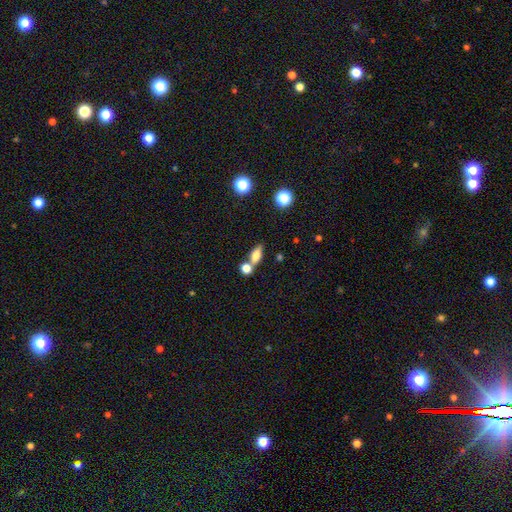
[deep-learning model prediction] The model was most divided on "merging": none: 50%, merger: 37%, minor disturbance: 10%, major disturbance: 4%. More confident: smooth or featured — smooth (71%); how rounded — in between (69%).